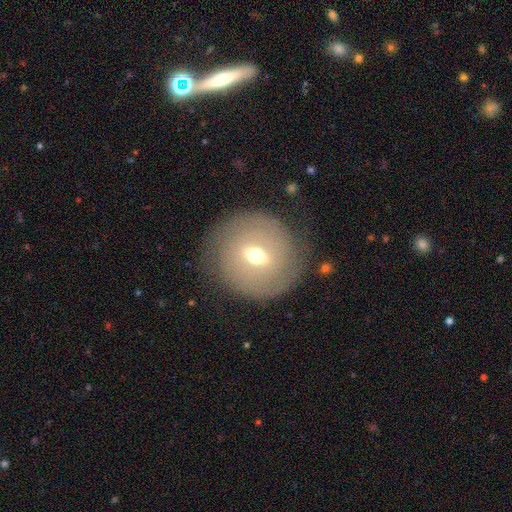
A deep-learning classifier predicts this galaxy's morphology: A featured or disk galaxy (54%). Merging: none (78%).